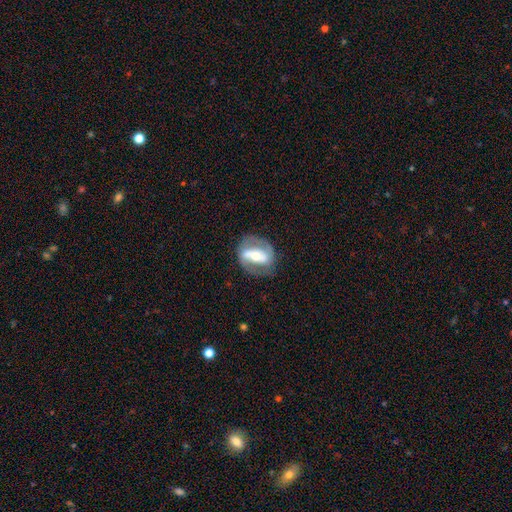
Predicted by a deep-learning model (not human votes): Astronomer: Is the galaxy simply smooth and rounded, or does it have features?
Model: featured or disk — 75%.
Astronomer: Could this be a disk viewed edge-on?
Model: no — 94%.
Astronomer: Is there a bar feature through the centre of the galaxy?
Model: strong — 55%.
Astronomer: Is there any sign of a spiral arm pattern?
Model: yes — 71%.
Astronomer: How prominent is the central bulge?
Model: moderate — 62%.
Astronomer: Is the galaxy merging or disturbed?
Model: none — 72%.